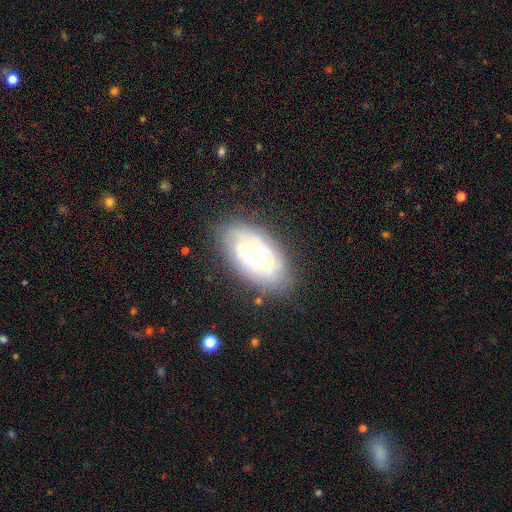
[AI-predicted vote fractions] The model was most divided on "bulge size": moderate: 56%, large: 32%, small: 8%, dominant: 3%, none: 1%. More confident: edge-on disk — no (92%); bar — no (75%); merging — none (75%); spiral arms — yes (72%); smooth or featured — featured or disk (65%).